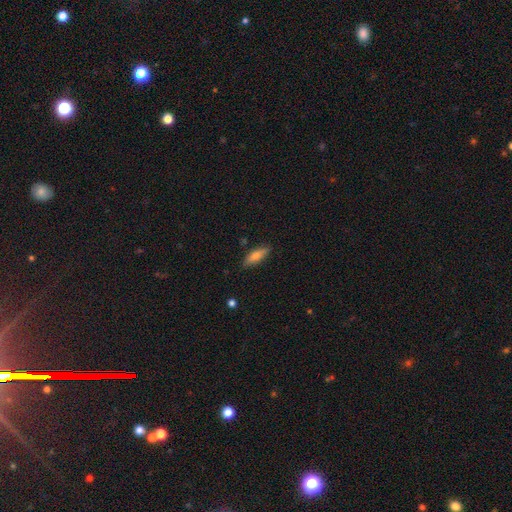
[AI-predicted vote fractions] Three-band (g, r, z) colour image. It shows a smooth galaxy with no disk features (68%) that is cigar-shaped (52%). Merging: none (85%).